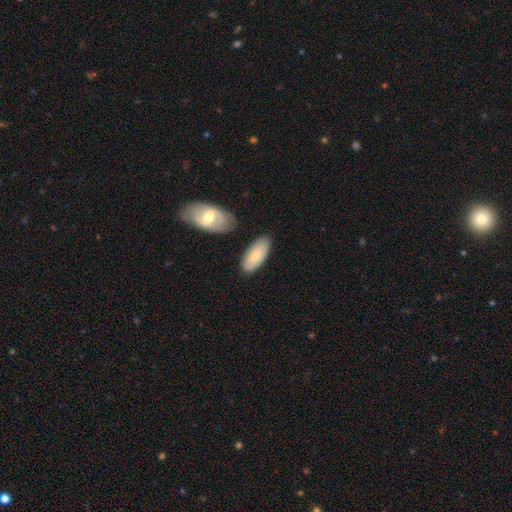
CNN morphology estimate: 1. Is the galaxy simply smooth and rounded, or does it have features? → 78% smooth, 17% featured or disk, 5% star or artifact.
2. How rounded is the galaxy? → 89% in between, 9% cigar-shaped, 2% round.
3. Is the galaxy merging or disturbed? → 76% none, 15% minor disturbance, 6% merger, 3% major disturbance.